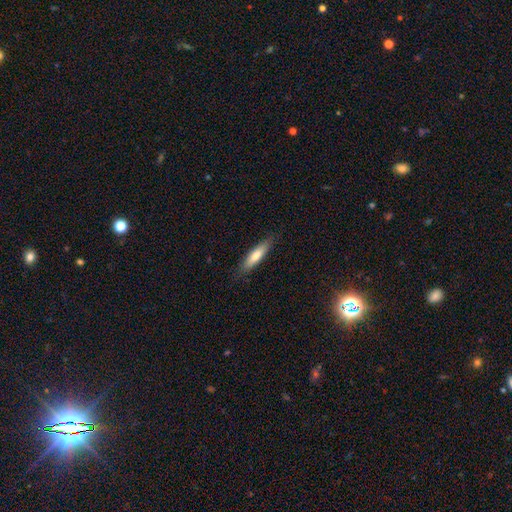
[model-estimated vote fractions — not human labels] This is likely a smooth galaxy (72%). How rounded: likely cigar-shaped (75%). Merging: clearly none (85%).